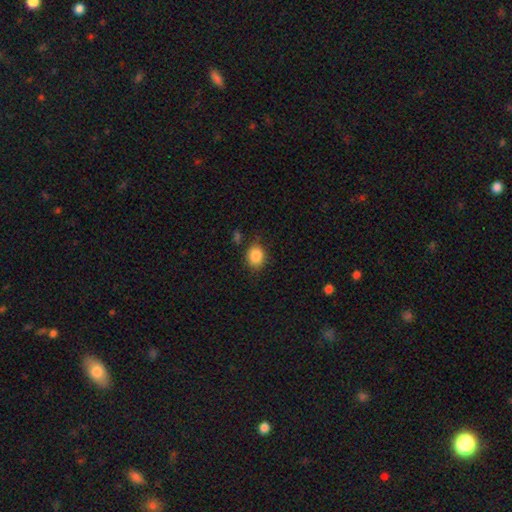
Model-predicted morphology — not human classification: type=smooth (86%); roundness=round (57%); merging=none (80%).